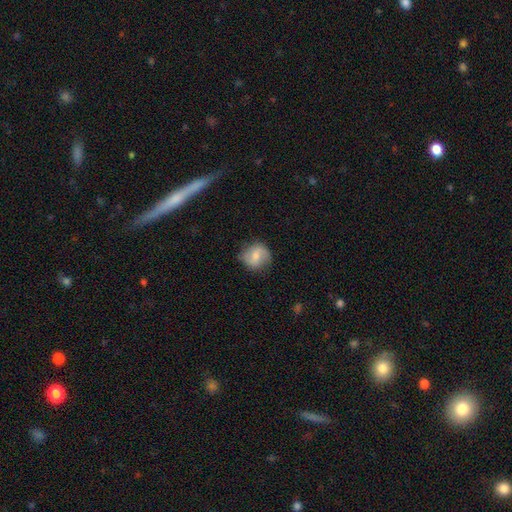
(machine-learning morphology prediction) smooth_or_featured: smooth (p=0.54) [alt: featured or disk p=0.39]
how_rounded: round (p=0.82) [alt: in between p=0.17]
merging: none (p=0.76) [alt: minor disturbance p=0.18]